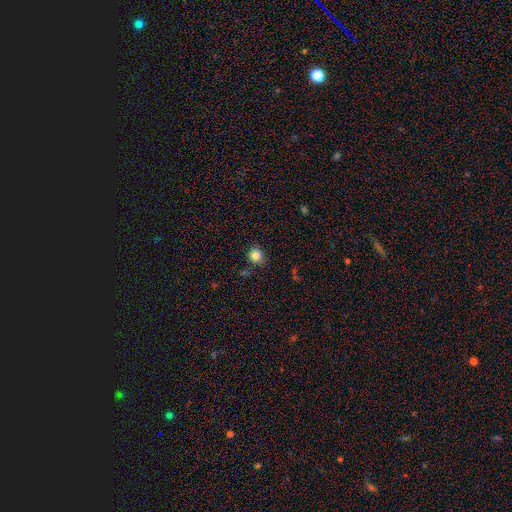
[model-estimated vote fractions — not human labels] Smooth or featured?
  - smooth: 83% *
  - star or artifact: 12%
  - featured or disk: 5%
How rounded?
  - round: 87% *
  - in between: 12%
  - cigar-shaped: 1%
Merging?
  - none: 84% *
  - minor disturbance: 11%
  - major disturbance: 3%
  - merger: 2%